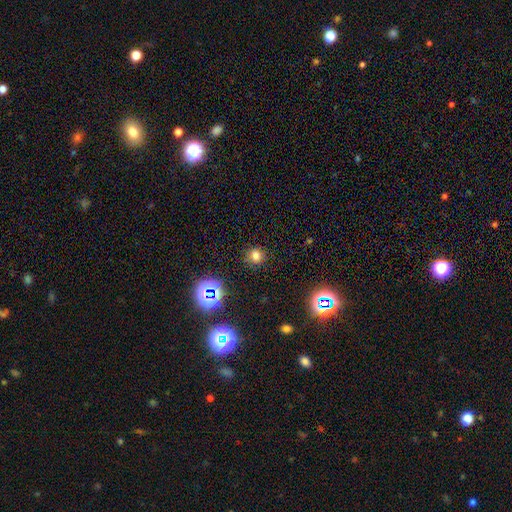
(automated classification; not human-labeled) Overall: smooth (72%). How rounded: round (82%). Merging: none (85%).